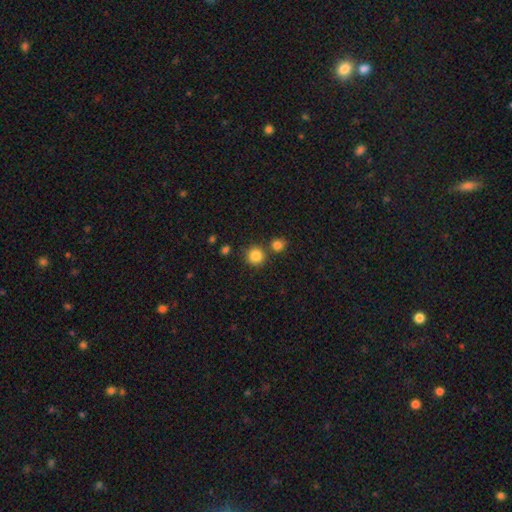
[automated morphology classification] This appears to be a smooth galaxy with no disk features (84%) that is round (92%). Merging: none (76%).